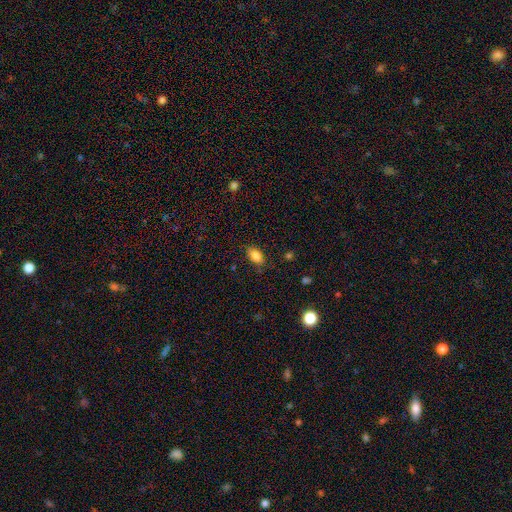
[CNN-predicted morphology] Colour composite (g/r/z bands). It shows a smooth galaxy with no disk features (84%) that is in between round and cigar-shaped (85%). Merging: none (76%).